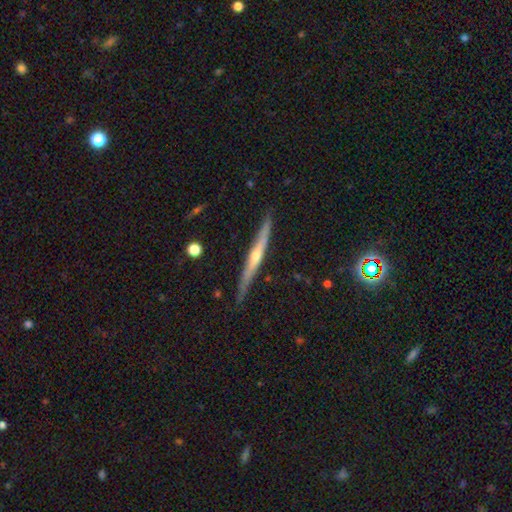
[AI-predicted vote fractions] Smooth or featured? Predicted: featured or disk (p=0.75). Edge-on disk? Predicted: yes (p=0.97). Edge-on bulge? Predicted: rounded (p=0.77). Merging? Predicted: none (p=0.85).